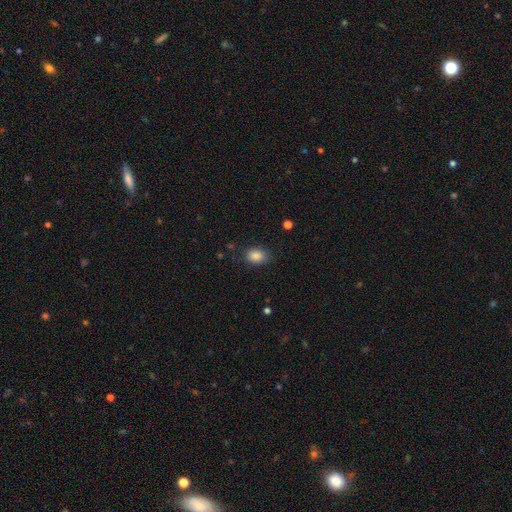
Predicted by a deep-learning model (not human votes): Overall: smooth (87%). How rounded: in between (76%). Merging: none (82%).